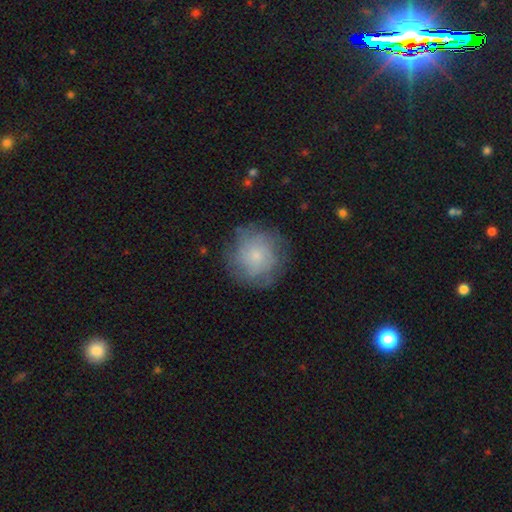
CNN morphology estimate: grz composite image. It shows a smooth galaxy with no disk features (51%) that is round (92%). Merging: none (76%).